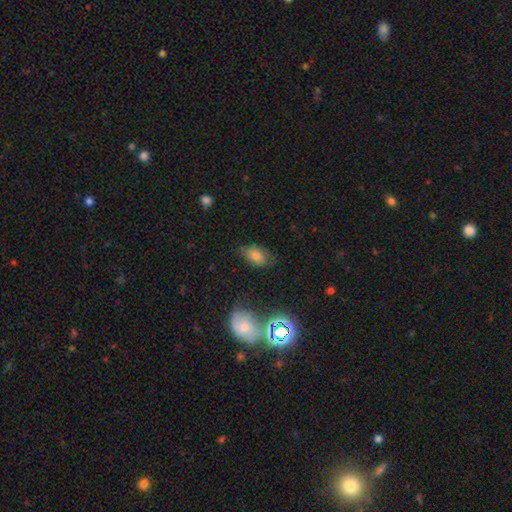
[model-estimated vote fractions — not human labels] The model was most divided on "merging": none: 62%, minor disturbance: 27%, major disturbance: 8%, merger: 3%. More confident: how rounded — in between (88%); smooth or featured — smooth (73%).